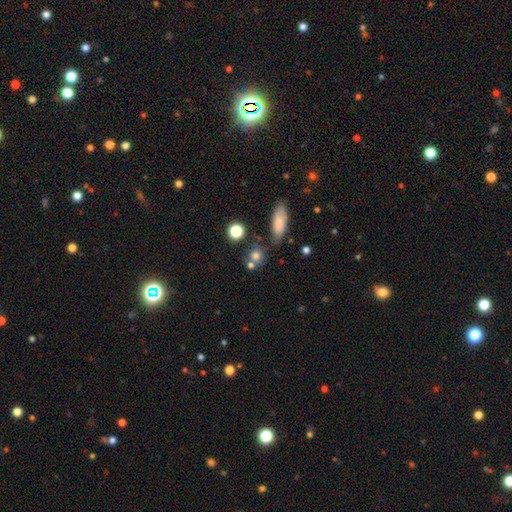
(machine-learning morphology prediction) Overall: smooth (75%). How rounded: round (76%). Merging: none (56%; merger 26%).